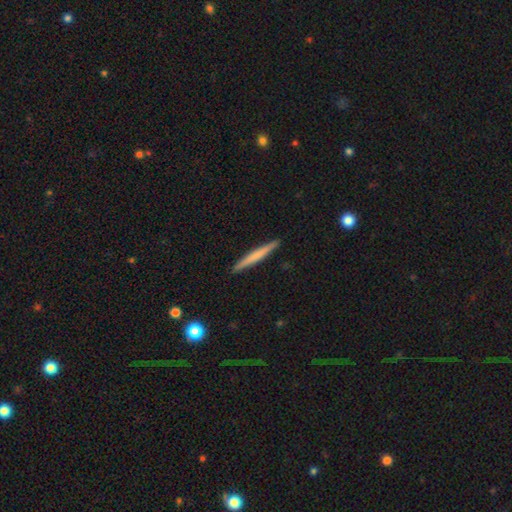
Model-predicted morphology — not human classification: This appears to be a smooth galaxy with no disk features (60%) that is cigar-shaped (97%). Merging: none (92%).